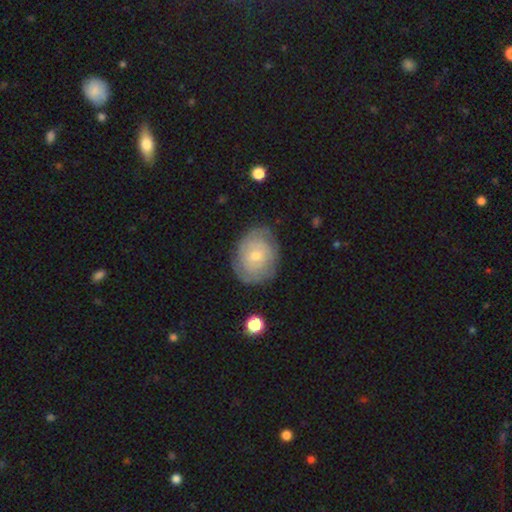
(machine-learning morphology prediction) Overall: featured or disk (61%; smooth 32%). Edge-on disk: no (96%). Bar: no (77%). Spiral arms: yes (79%). Bulge size: small (62%; moderate 34%). Merging: none (74%).